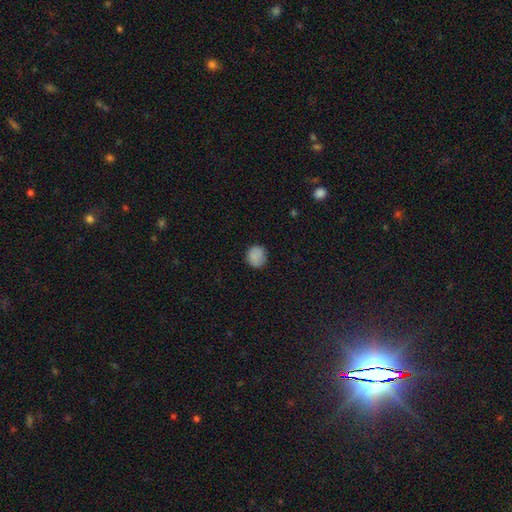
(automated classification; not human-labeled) Morphology: type=smooth (85%); roundness=round (81%); merging=none (80%).